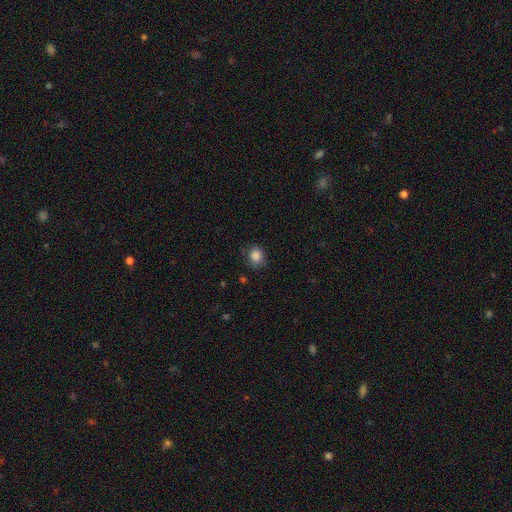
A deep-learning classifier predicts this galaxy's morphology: smooth-or-featured: smooth: 86% | star or artifact: 10% | featured or disk: 5%
  how-rounded: round: 65% | in between: 34% | cigar-shaped: 1%
  merging: none: 75% | minor disturbance: 19% | major disturbance: 5% | merger: 1%